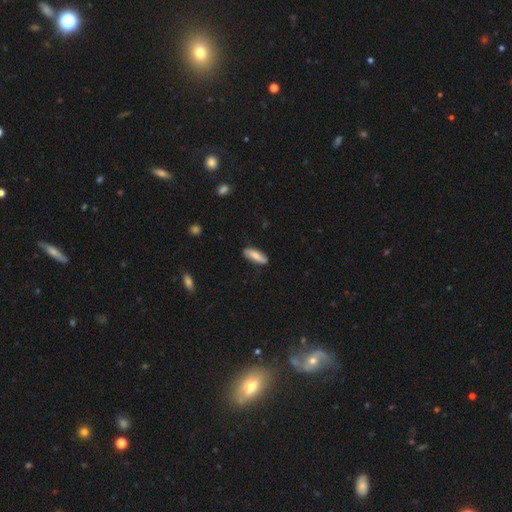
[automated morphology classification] type=smooth (79%); roundness=in between (56%); merging=none (80%).